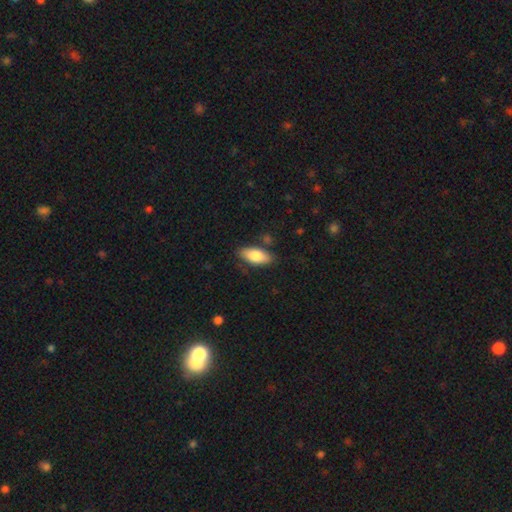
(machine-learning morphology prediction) Q: Smooth or featured?
A: smooth (81%); runner-up: featured or disk (13%)
Q: How rounded?
A: in between (86%); runner-up: cigar-shaped (11%)
Q: Merging?
A: none (80%); runner-up: minor disturbance (14%)